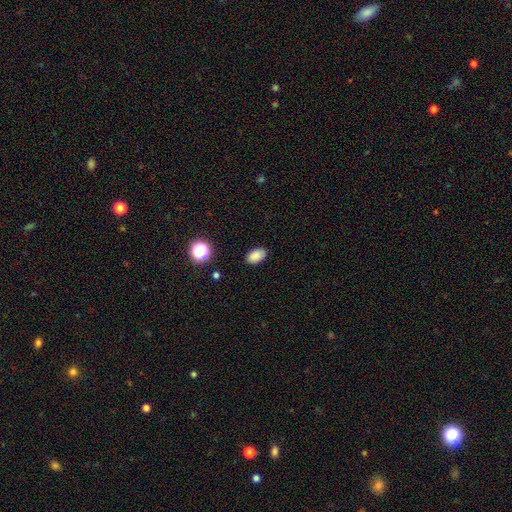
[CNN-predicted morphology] Q: Smooth or featured?
A: smooth (86%); runner-up: star or artifact (10%)
Q: How rounded?
A: in between (90%); runner-up: round (9%)
Q: Merging?
A: none (86%); runner-up: minor disturbance (10%)